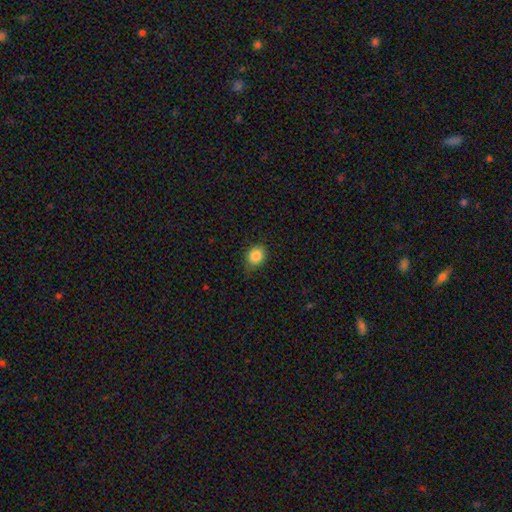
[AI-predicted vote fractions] smooth_or_featured: smooth (p=0.85) [alt: star or artifact p=0.10]
how_rounded: round (p=0.56) [alt: in between p=0.43]
merging: none (p=0.78) [alt: minor disturbance p=0.17]